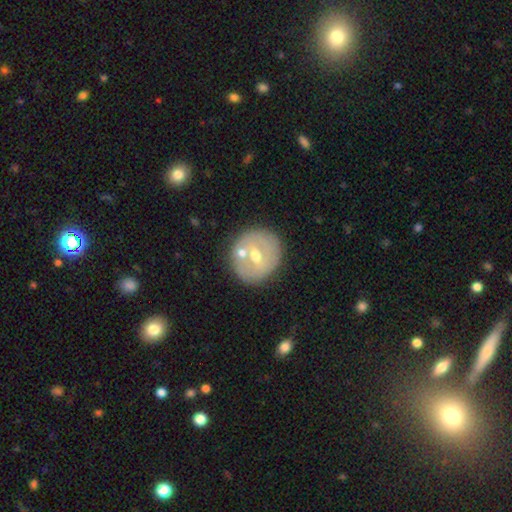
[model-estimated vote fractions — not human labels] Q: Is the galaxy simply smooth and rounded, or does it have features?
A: featured or disk — 48%.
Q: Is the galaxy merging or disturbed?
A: none — 71%.